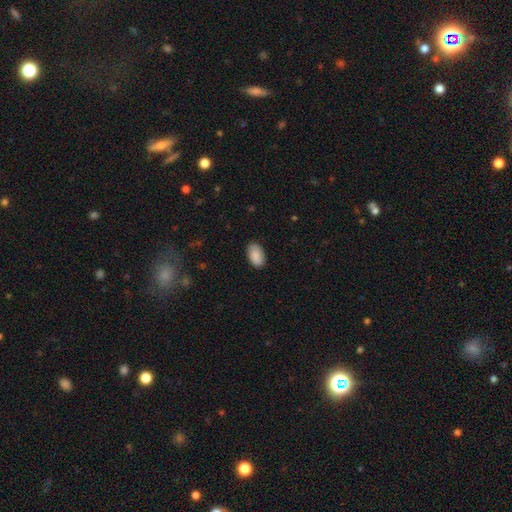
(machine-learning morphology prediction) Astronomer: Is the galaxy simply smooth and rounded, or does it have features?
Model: smooth — 89%.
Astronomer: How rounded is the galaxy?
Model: in between — 94%.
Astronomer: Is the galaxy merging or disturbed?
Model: none — 87%.